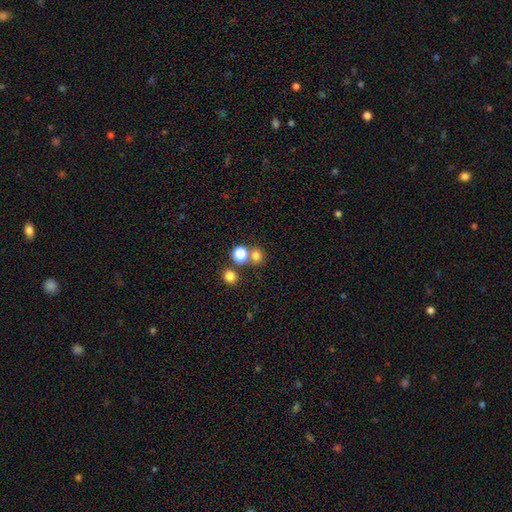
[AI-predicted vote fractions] Smooth or featured: smooth — 74% (star or artifact — 19%)
How rounded: round — 81% (in between — 18%)
Merging: none — 65% (merger — 24%)